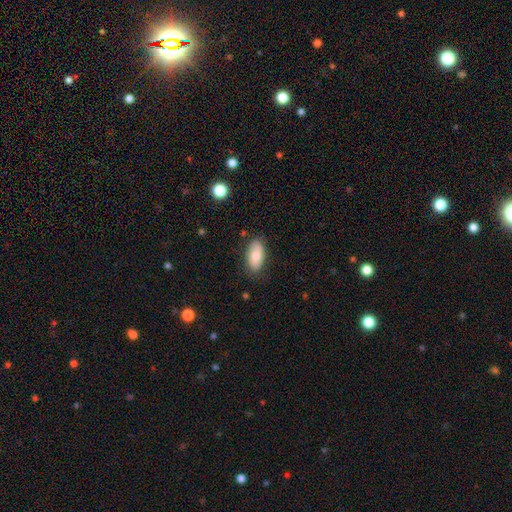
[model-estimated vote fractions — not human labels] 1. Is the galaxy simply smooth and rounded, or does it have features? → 75% smooth, 18% featured or disk, 7% star or artifact.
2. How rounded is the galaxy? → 93% in between, 4% cigar-shaped, 3% round.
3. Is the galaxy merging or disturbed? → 80% none, 15% minor disturbance, 3% major disturbance, 1% merger.